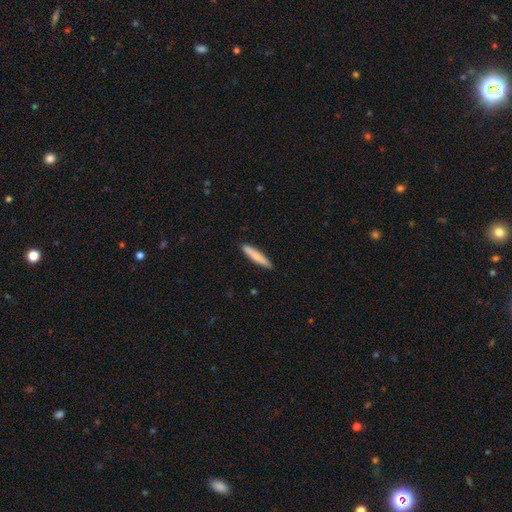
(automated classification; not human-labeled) Smooth or featured: smooth — 77% (featured or disk — 17%)
How rounded: cigar-shaped — 91% (in between — 8%)
Merging: none — 88% (minor disturbance — 9%)